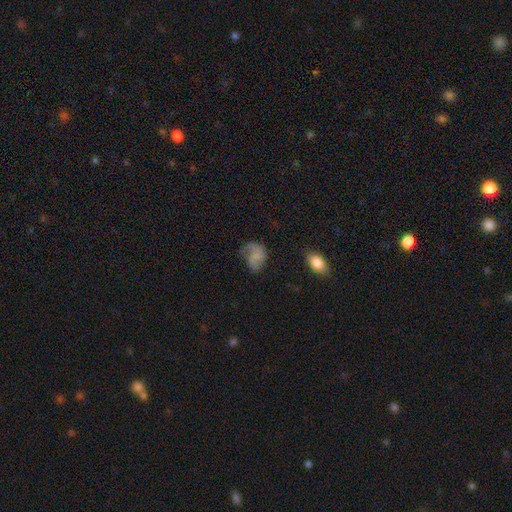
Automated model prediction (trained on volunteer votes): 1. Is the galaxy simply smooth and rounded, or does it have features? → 48% smooth, 42% featured or disk, 10% star or artifact.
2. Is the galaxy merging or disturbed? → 40% none, 29% major disturbance, 28% minor disturbance, 3% merger.